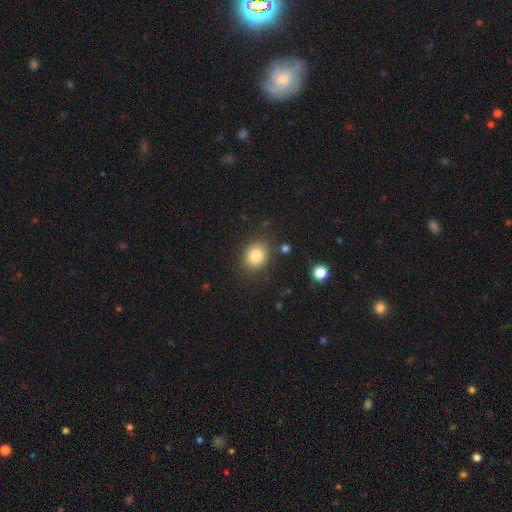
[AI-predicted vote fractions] Smooth or featured?
  - smooth: 83% *
  - star or artifact: 10%
  - featured or disk: 7%
How rounded?
  - round: 59% *
  - in between: 41%
  - cigar-shaped: 1%
Merging?
  - none: 83% *
  - minor disturbance: 11%
  - major disturbance: 4%
  - merger: 3%